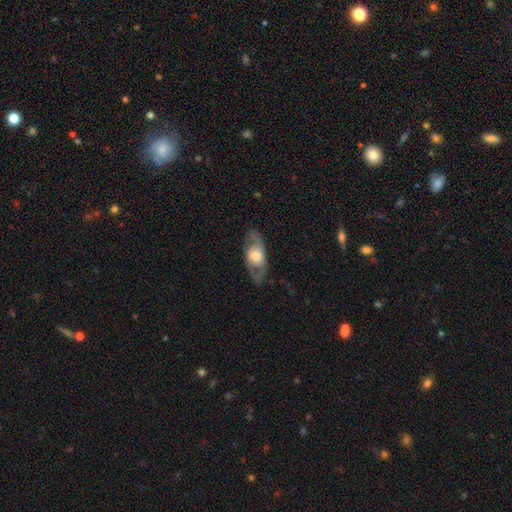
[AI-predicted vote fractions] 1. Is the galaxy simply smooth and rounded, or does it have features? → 68% featured or disk, 26% smooth, 5% star or artifact.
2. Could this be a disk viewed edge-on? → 84% no, 16% yes.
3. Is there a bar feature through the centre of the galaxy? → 69% no, 23% weak, 8% strong.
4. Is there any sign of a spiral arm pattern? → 61% yes, 39% no.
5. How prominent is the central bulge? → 62% moderate, 19% large, 16% small, 1% dominant, 1% none.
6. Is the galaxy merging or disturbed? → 78% none, 14% minor disturbance, 7% major disturbance, 1% merger.